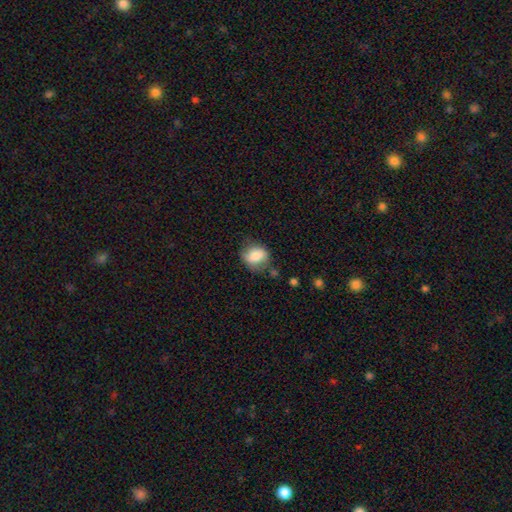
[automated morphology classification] smooth-or-featured: smooth: 78% | featured or disk: 14% | star or artifact: 8%
  how-rounded: round: 57% | in between: 42% | cigar-shaped: 1%
  merging: none: 64% | minor disturbance: 24% | major disturbance: 8% | merger: 5%